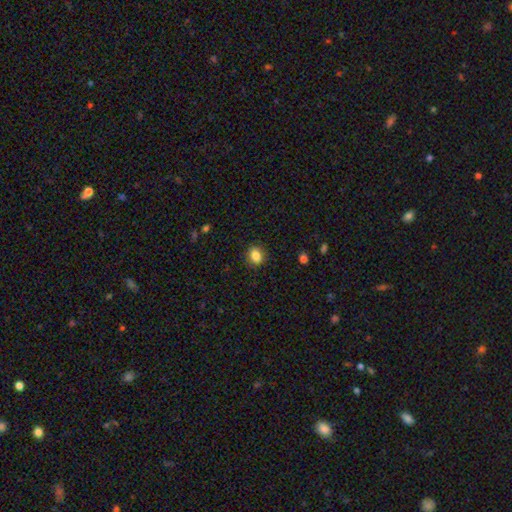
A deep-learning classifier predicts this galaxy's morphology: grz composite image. It shows a smooth galaxy with no disk features (85%) that is round (54%). Merging: none (89%).